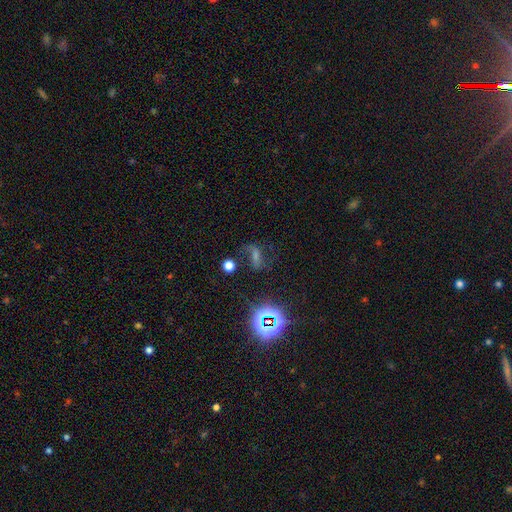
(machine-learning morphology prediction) Smooth or featured? featured or disk (40%)
Merging? none (59%)